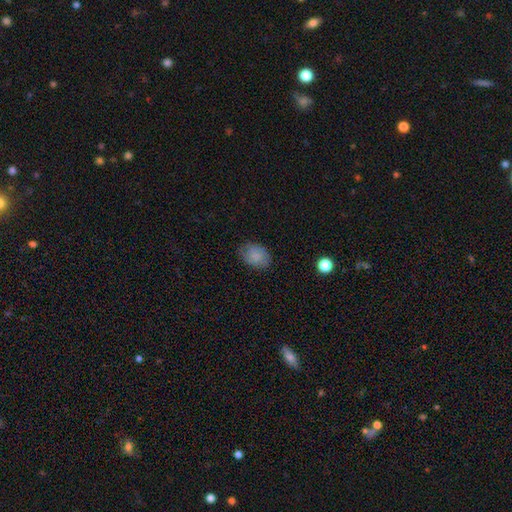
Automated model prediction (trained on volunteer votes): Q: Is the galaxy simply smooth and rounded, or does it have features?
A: smooth — 80%.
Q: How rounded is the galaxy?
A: in between — 72%.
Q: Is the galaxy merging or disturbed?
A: none — 78%.